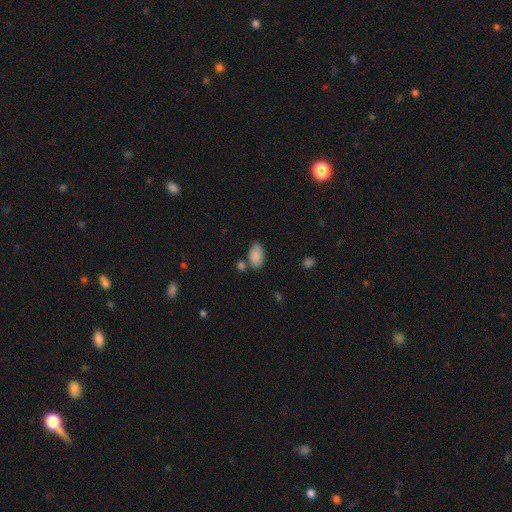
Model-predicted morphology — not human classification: The model was most divided on "merging": none: 63%, minor disturbance: 19%, merger: 13%, major disturbance: 5%. More confident: how rounded — in between (93%); smooth or featured — smooth (87%).